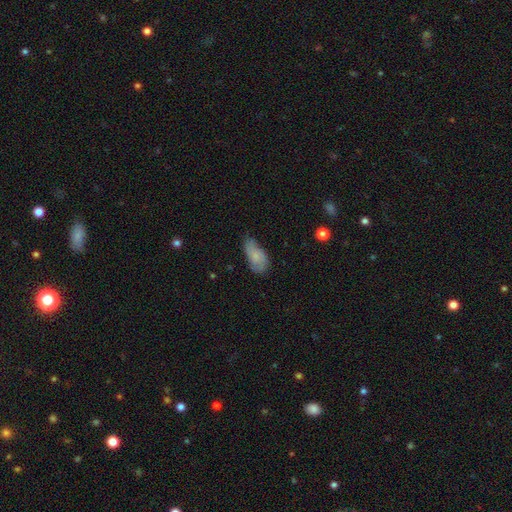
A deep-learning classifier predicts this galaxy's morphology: type=smooth (63%); roundness=in between (90%); merging=none (50%).